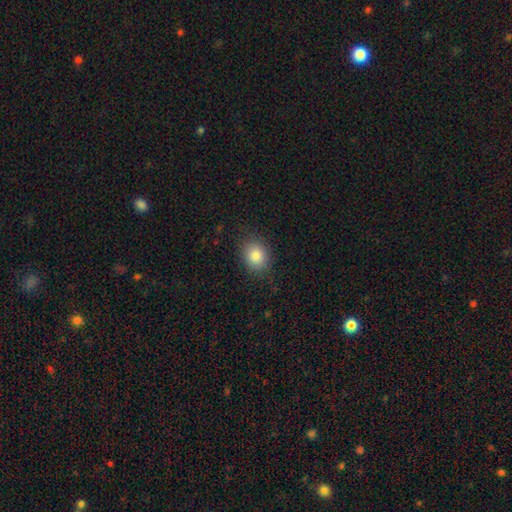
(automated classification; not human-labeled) smooth_or_featured: smooth (p=0.84) [alt: star or artifact p=0.09]
how_rounded: round (p=0.56) [alt: in between p=0.43]
merging: none (p=0.83) [alt: minor disturbance p=0.12]